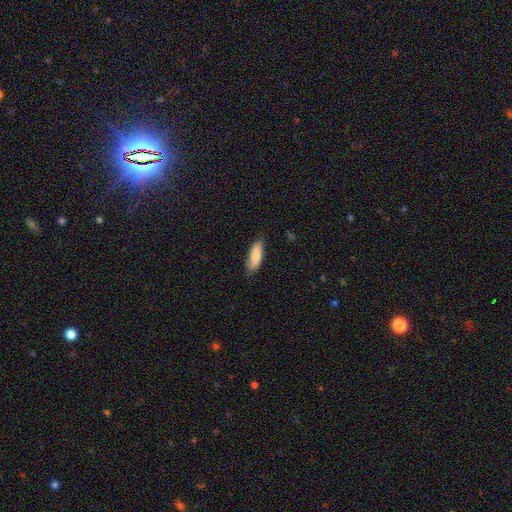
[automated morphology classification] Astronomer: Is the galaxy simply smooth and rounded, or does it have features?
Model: smooth — 82%.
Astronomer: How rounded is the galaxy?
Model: in between — 51% (runner-up: cigar-shaped, 47%).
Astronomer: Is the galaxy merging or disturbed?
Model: none — 81%.